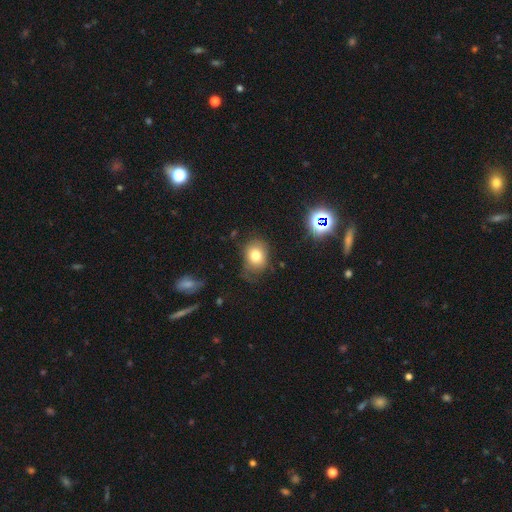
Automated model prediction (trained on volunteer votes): smooth_or_featured: smooth (p=0.76) [alt: star or artifact p=0.13]
how_rounded: in between (p=0.50) [alt: round p=0.49]
merging: none (p=0.62) [alt: minor disturbance p=0.26]